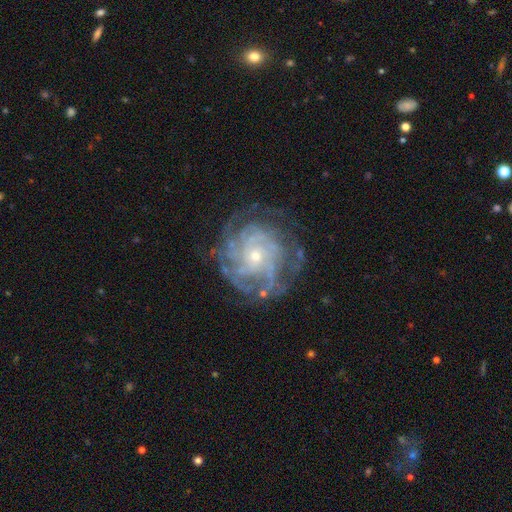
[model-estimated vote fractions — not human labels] The model was most divided on "spiral arm count": can't tell: 37%, 4: 20%, more than 4: 16%, 3: 13%, 2: 9%, 1: 6%. More confident: edge-on disk — no (97%); spiral arms — yes (92%); smooth or featured — featured or disk (85%); bar — no (79%); merging — none (70%); spiral winding — tight (69%); bulge size — small (65%).